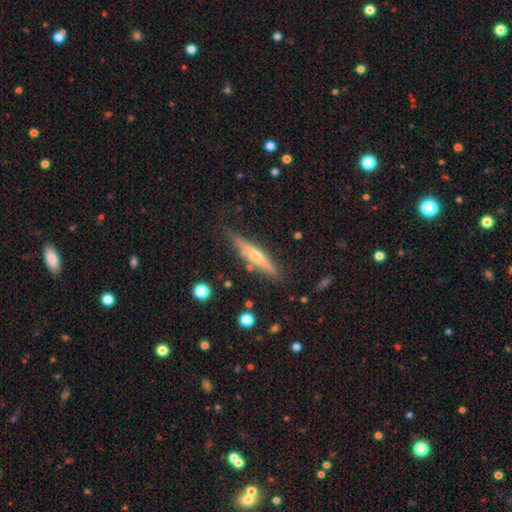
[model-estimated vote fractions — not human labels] featured or disk 69%, smooth 24%, star or artifact 7%. Down the decision tree: edge-on disk — yes (96%); edge-on bulge — rounded (81%); merging — none (81%).